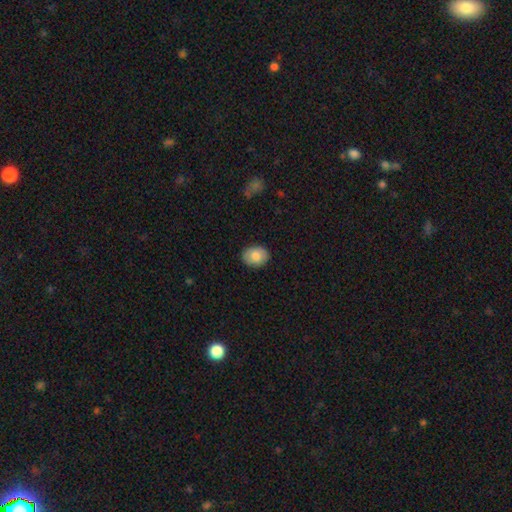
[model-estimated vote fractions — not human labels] Smooth or featured?
  - smooth: 83% *
  - featured or disk: 10%
  - star or artifact: 7%
How rounded?
  - in between: 56% *
  - round: 43%
  - cigar-shaped: 1%
Merging?
  - none: 88% *
  - minor disturbance: 9%
  - major disturbance: 2%
  - merger: 1%